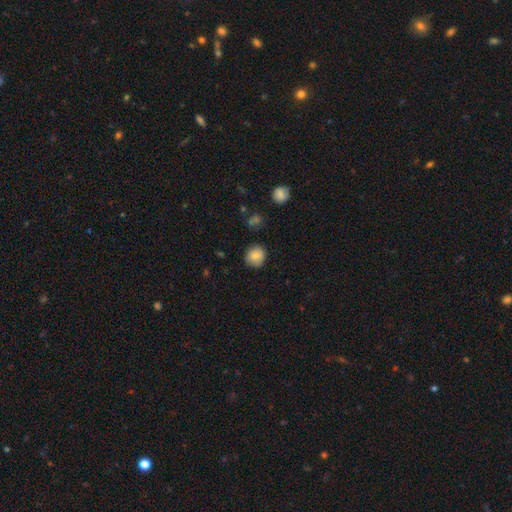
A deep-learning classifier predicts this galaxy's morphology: smooth 82%, featured or disk 9%, star or artifact 9%. Down the decision tree: how rounded — round (88%); merging — none (83%).